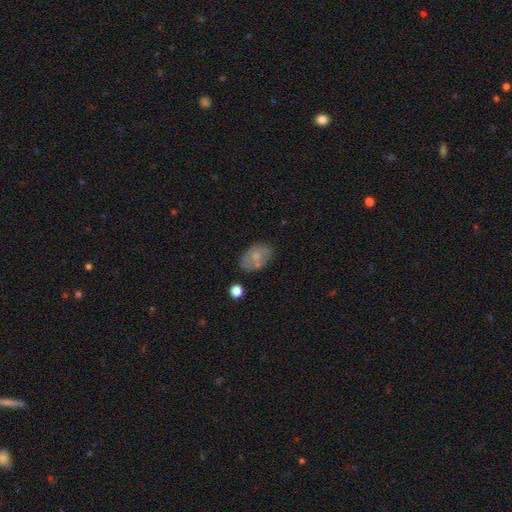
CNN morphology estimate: The model was most divided on "smooth or featured": smooth: 62%, featured or disk: 29%, star or artifact: 9%. More confident: how rounded — in between (85%); merging — none (65%).